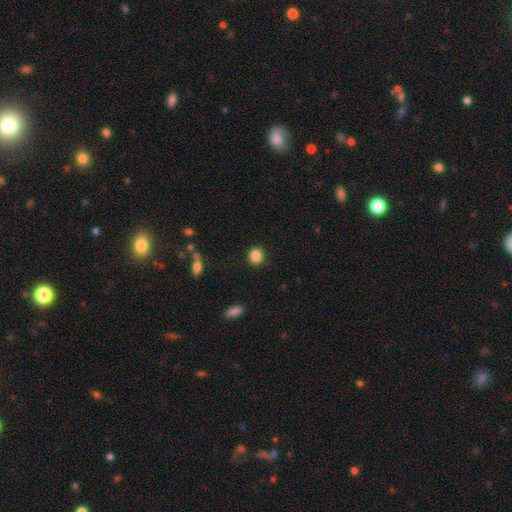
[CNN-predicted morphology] Smooth or featured? smooth (87%)
How rounded? round (69%)
Merging? none (89%)